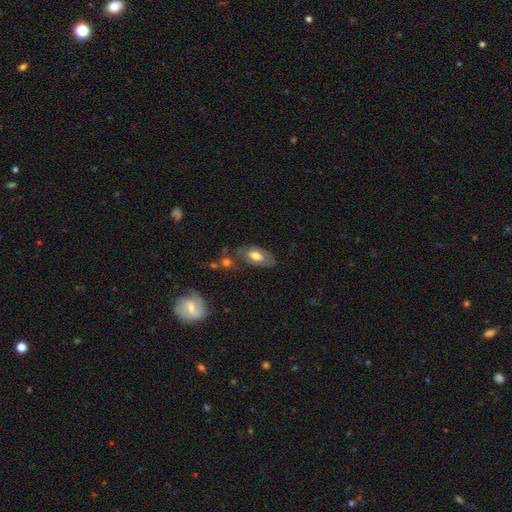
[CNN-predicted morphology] A smooth galaxy with no disk features (54%) that is in between round and cigar-shaped (91%). Merging: none (63%).